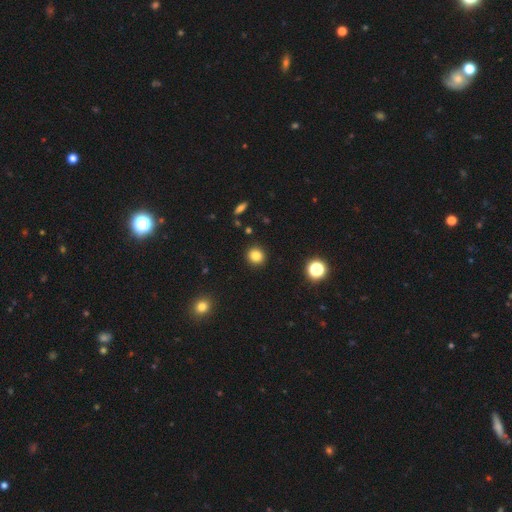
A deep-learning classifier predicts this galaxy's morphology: The model was most divided on "smooth or featured": smooth: 83%, star or artifact: 11%, featured or disk: 5%. More confident: merging — none (92%); how rounded — round (88%).